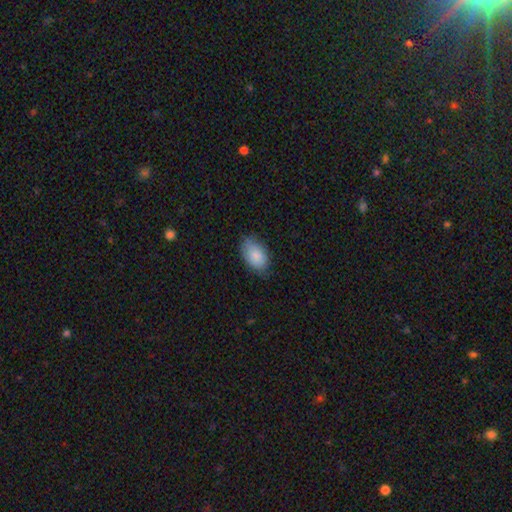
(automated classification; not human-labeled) Q: Smooth or featured?
A: smooth (85%); runner-up: featured or disk (9%)
Q: How rounded?
A: in between (92%); runner-up: round (7%)
Q: Merging?
A: none (72%); runner-up: minor disturbance (23%)